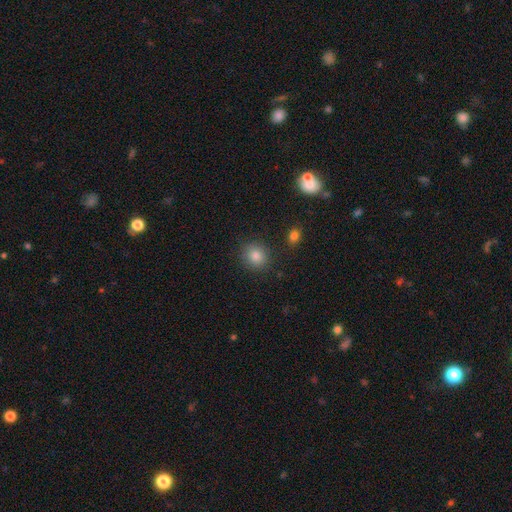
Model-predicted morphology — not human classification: This is clearly a smooth galaxy (83%). How rounded: clearly round (80%). Merging: clearly none (87%).